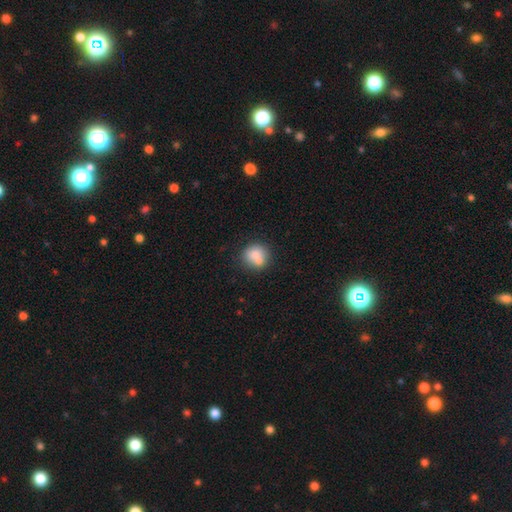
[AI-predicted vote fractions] A smooth galaxy with no disk features (77%) that is round (79%). Merging: none (51%).